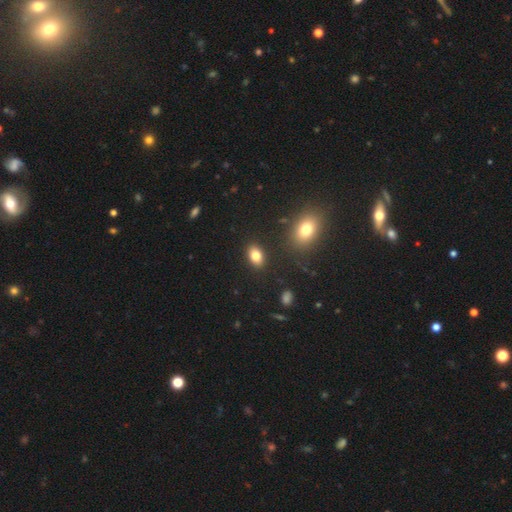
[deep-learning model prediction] A smooth galaxy with no disk features (82%) that is in between round and cigar-shaped (87%). Merging: none (88%).